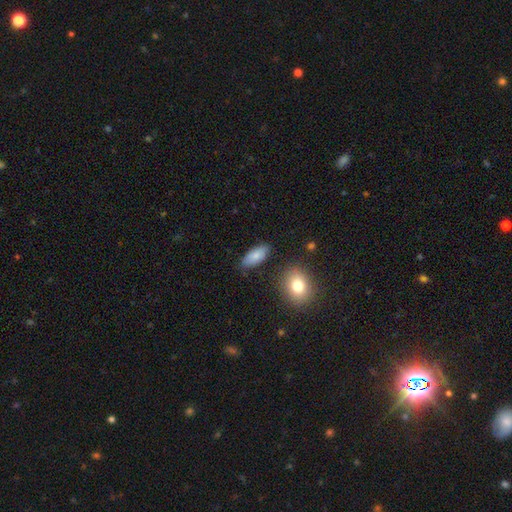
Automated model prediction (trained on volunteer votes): A smooth galaxy with no disk features (79%) that is in between round and cigar-shaped (86%).

Vote fractions:
- Smooth or featured? smooth: 79% / featured or disk: 13% / star or artifact: 7%
- How rounded? in between: 86% / cigar-shaped: 11% / round: 3%
- Merging? none: 81% / minor disturbance: 14% / merger: 3% / major disturbance: 3%